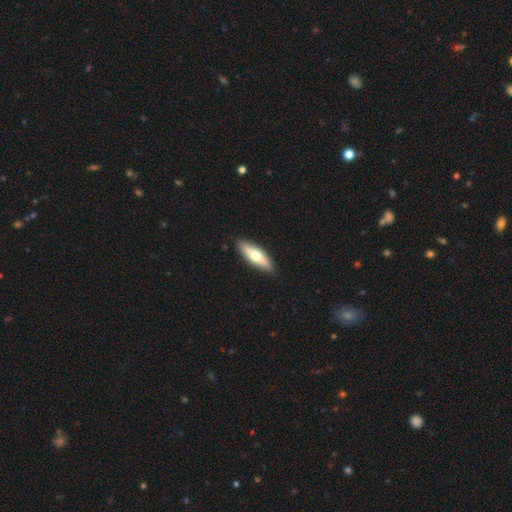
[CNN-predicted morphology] Smooth or featured: smooth — 57% (featured or disk — 38%)
How rounded: in between — 55% (cigar-shaped — 43%)
Merging: none — 89% (minor disturbance — 8%)